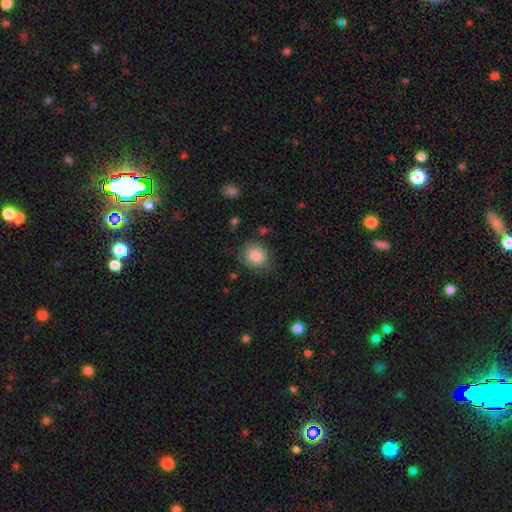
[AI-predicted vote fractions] Morphology: type=smooth (82%); roundness=round (80%); merging=none (70%).